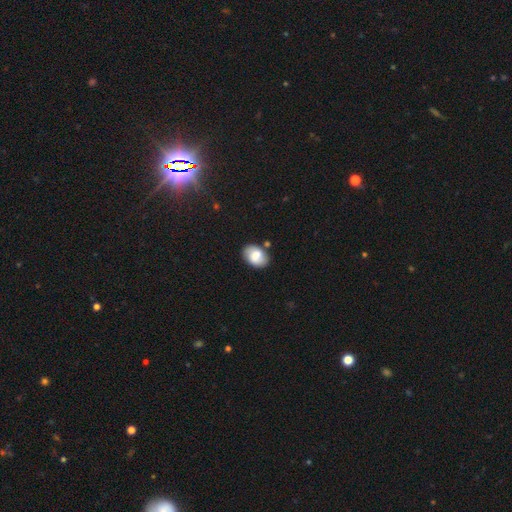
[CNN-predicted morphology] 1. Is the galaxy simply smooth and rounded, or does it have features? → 68% smooth, 24% featured or disk, 8% star or artifact.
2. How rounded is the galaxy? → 80% in between, 19% round, 1% cigar-shaped.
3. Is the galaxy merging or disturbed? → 76% none, 16% minor disturbance, 5% merger, 4% major disturbance.